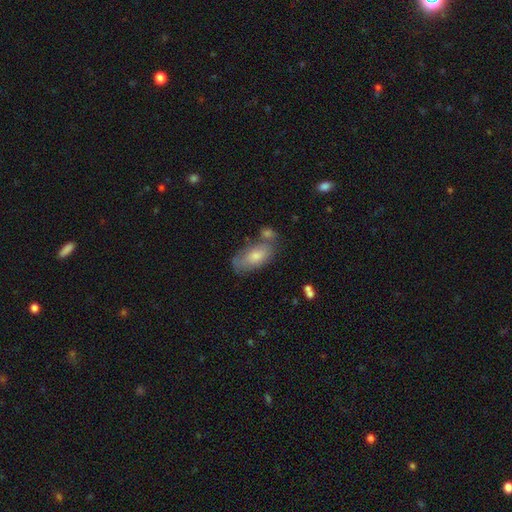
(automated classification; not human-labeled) Q: Smooth or featured?
A: smooth (67%); runner-up: featured or disk (24%)
Q: How rounded?
A: in between (88%); runner-up: cigar-shaped (8%)
Q: Merging?
A: none (53%); runner-up: minor disturbance (23%)